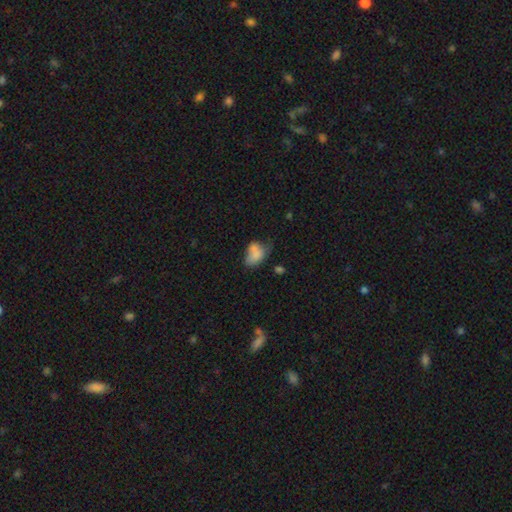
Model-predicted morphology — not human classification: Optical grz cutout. It shows a smooth galaxy with no disk features (74%) that is in between round and cigar-shaped (82%). Merging: none (32%).